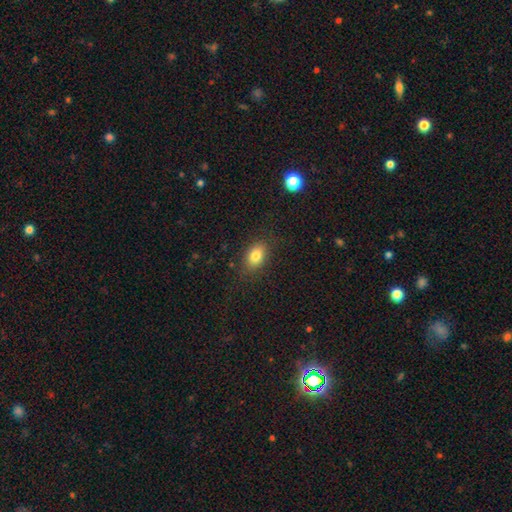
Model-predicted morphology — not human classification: Smooth or featured? smooth (81%)
How rounded? in between (83%)
Merging? none (84%)